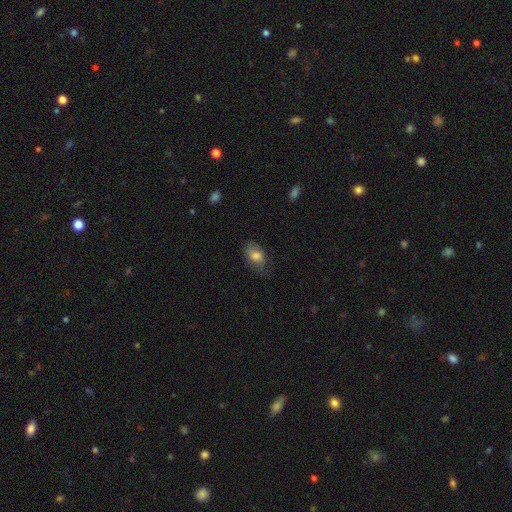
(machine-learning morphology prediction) This appears to be a smooth galaxy with no disk features (71%) that is in between round and cigar-shaped (87%). Merging: none (61%).